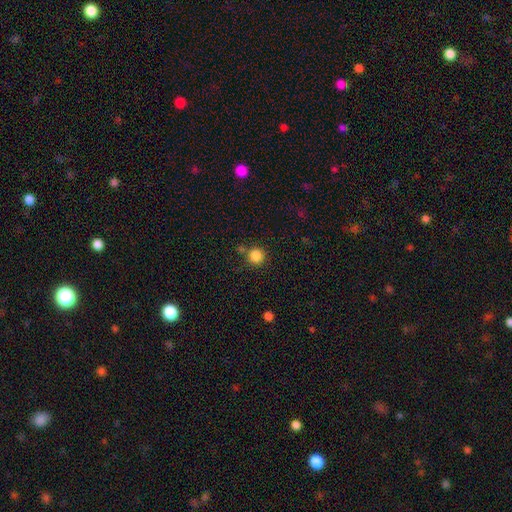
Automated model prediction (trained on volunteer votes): smooth 85%, star or artifact 11%, featured or disk 4%. Down the decision tree: how rounded — round (94%); merging — none (77%).